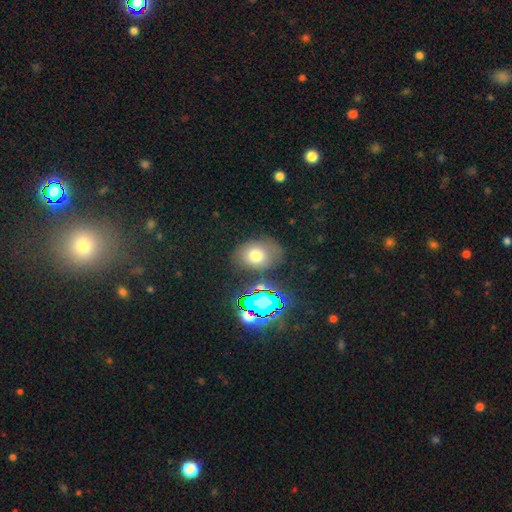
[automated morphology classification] A smooth galaxy with no disk features (68%) that is in between round and cigar-shaped (69%). Merging: none (69%).